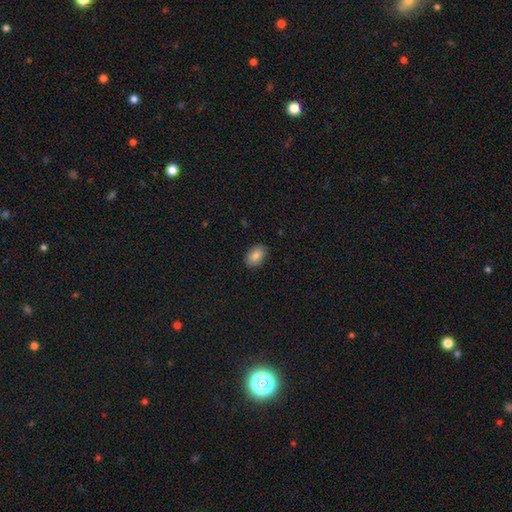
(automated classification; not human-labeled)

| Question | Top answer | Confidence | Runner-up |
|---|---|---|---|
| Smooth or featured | smooth | 83% | featured or disk (10%) |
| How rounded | in between | 88% | round (11%) |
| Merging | none | 87% | minor disturbance (10%) |